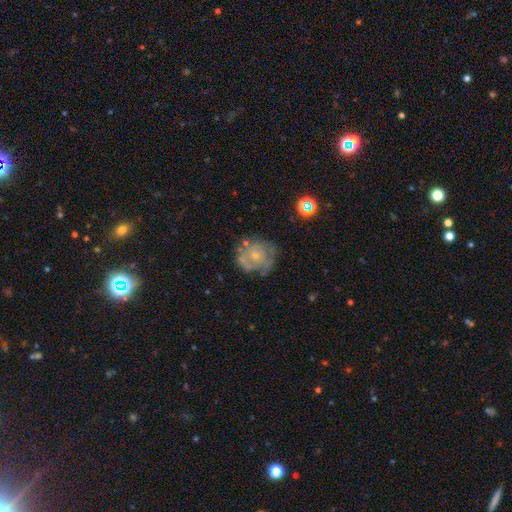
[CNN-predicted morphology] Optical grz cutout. It shows a featured or disk galaxy (62%) with no bar (86%), spiral arms (54%) and a small central bulge (60%). Merging: none (57%).